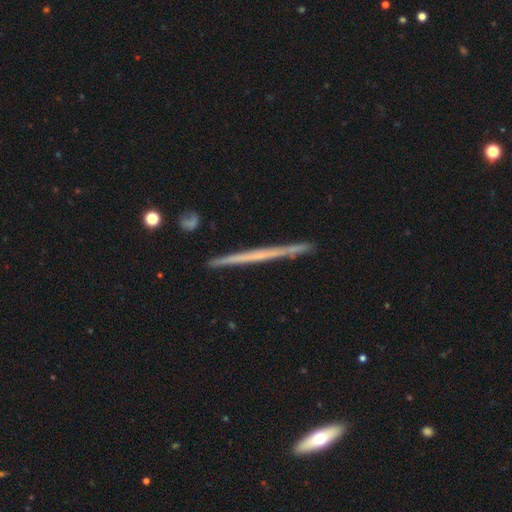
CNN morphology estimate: Overall: featured or disk (63%; smooth 31%). Edge-on disk: yes (98%). Edge-on bulge: none (87%). Merging: none (91%).